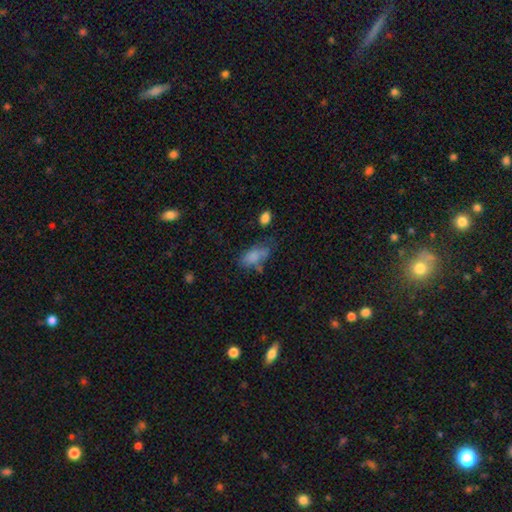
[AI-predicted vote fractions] A smooth galaxy with no disk features (76%) that is in between round and cigar-shaped (89%).

Vote fractions:
- Smooth or featured? smooth: 76% / featured or disk: 14% / star or artifact: 10%
- How rounded? in between: 89% / cigar-shaped: 7% / round: 4%
- Merging? none: 42% / minor disturbance: 29% / major disturbance: 18% / merger: 12%